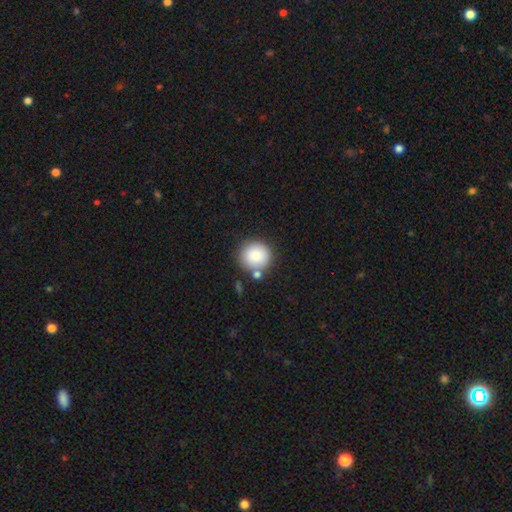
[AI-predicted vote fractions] Overall: smooth (86%). How rounded: round (90%). Merging: none (73%).